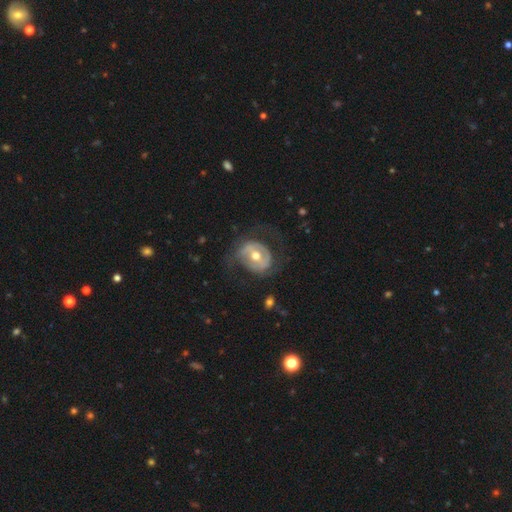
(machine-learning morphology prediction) Smooth or featured: featured or disk — 72% (smooth — 22%)
Edge-on disk: no — 96% (yes — 4%)
Bar: weak — 38% (no — 32%)
Spiral arms: yes — 64% (no — 36%)
Bulge size: moderate — 76% (small — 17%)
Merging: none — 57% (major disturbance — 21%)